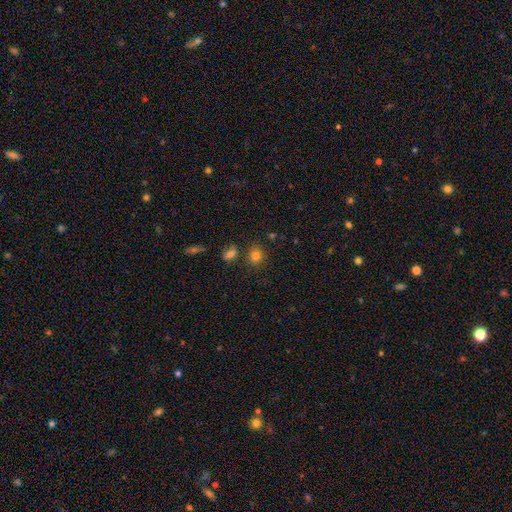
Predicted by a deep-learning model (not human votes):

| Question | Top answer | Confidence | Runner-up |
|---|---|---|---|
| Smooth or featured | smooth | 79% | star or artifact (14%) |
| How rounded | round | 74% | in between (24%) |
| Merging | none | 79% | minor disturbance (11%) |